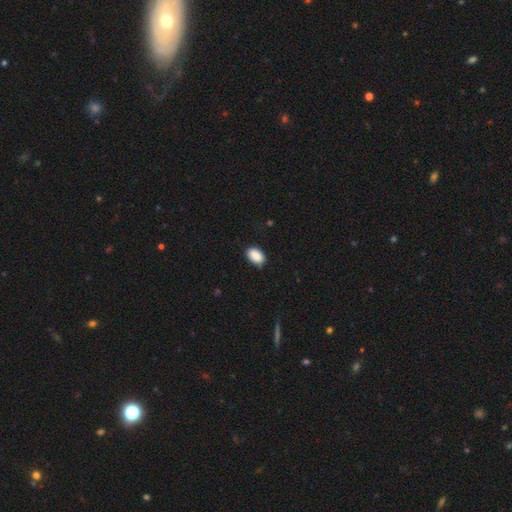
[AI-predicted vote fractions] Smooth or featured: smooth — 89% (star or artifact — 7%)
How rounded: in between — 91% (round — 7%)
Merging: none — 83% (minor disturbance — 14%)